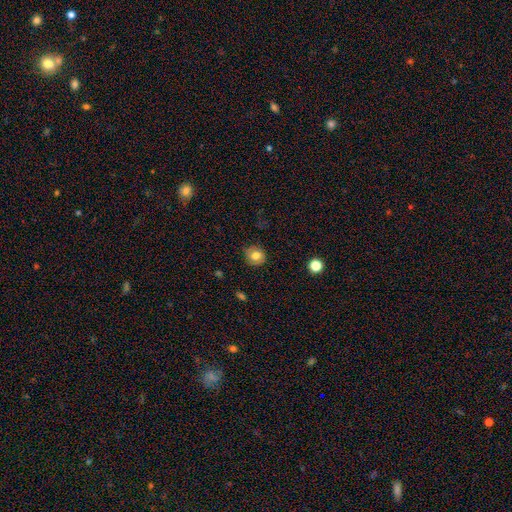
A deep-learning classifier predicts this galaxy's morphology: smooth 76%, featured or disk 14%, star or artifact 9%. Down the decision tree: how rounded — round (85%); merging — none (86%).